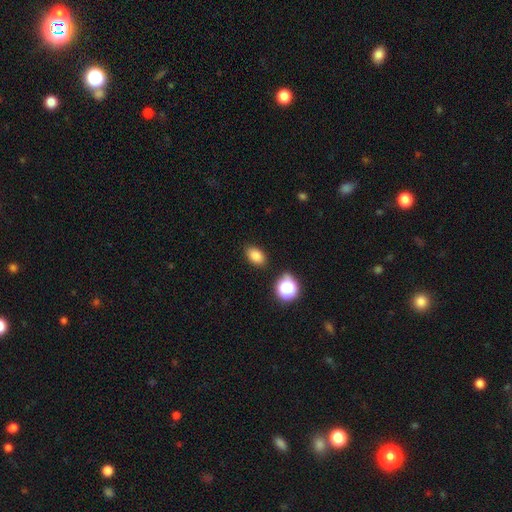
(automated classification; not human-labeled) Morphology: type=smooth (82%); roundness=in between (83%); merging=none (85%).